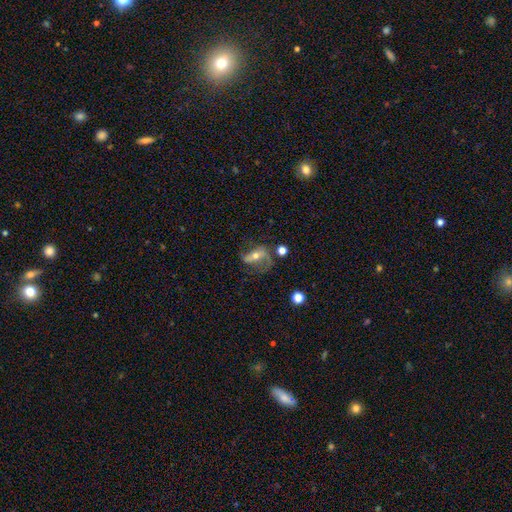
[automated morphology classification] Smooth or featured? featured or disk (75%)
Edge-on disk? no (92%)
Bar? strong (46%)
Spiral arms? yes (86%)
Spiral winding? loose (54%)
Spiral arm count? 2 (83%)
Bulge size? moderate (56%)
Merging? none (54%)